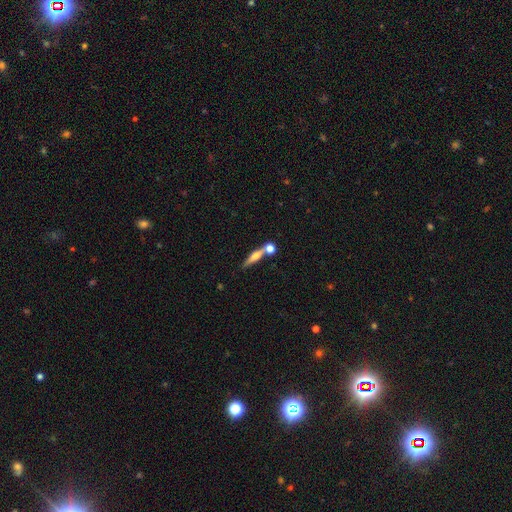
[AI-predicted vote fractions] The model was most divided on "smooth or featured": featured or disk: 55%, smooth: 37%, star or artifact: 8%. More confident: edge-on disk — yes (93%); edge-on bulge — rounded (89%); merging — none (63%).